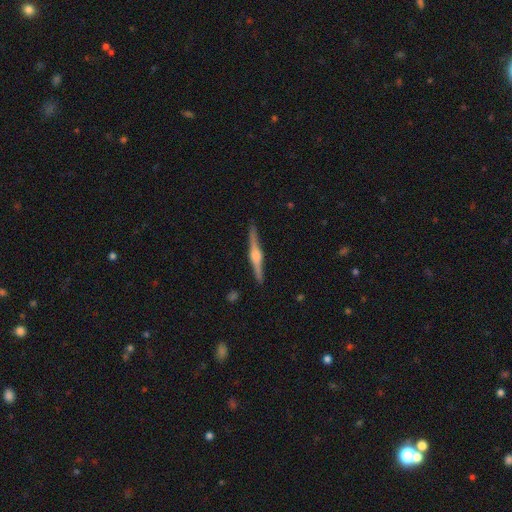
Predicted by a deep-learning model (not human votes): featured or disk 81%, smooth 14%, star or artifact 5%. Down the decision tree: edge-on disk — yes (98%); edge-on bulge — rounded (83%); merging — none (91%).